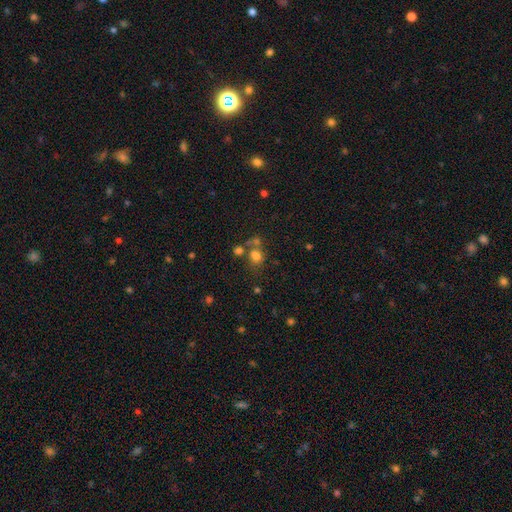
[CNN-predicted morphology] Q: Smooth or featured?
A: smooth (72%); runner-up: star or artifact (18%)
Q: How rounded?
A: round (69%); runner-up: in between (30%)
Q: Merging?
A: none (52%); runner-up: merger (30%)